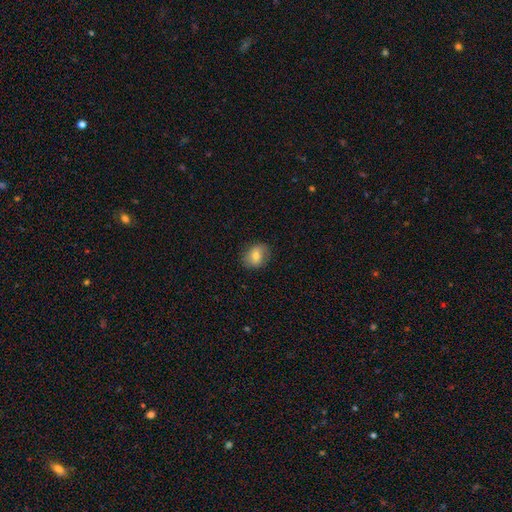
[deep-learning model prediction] Q: Smooth or featured?
A: smooth (74%); runner-up: featured or disk (17%)
Q: How rounded?
A: in between (59%); runner-up: round (40%)
Q: Merging?
A: none (83%); runner-up: minor disturbance (13%)